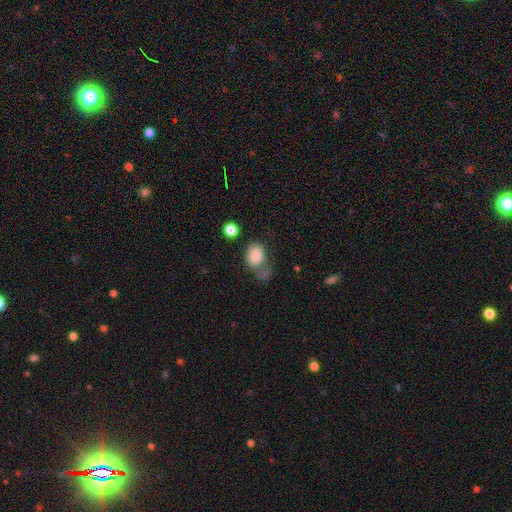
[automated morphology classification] A smooth galaxy with no disk features (83%) that is in between round and cigar-shaped (71%).

Vote fractions:
- Smooth or featured? smooth: 83% / star or artifact: 9% / featured or disk: 8%
- How rounded? in between: 71% / round: 28% / cigar-shaped: 1%
- Merging? none: 34% / major disturbance: 25% / minor disturbance: 24% / merger: 17%